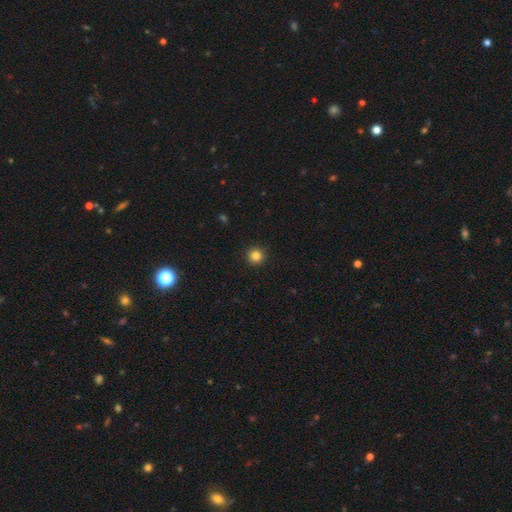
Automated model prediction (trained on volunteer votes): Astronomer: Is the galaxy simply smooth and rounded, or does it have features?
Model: smooth — 84%.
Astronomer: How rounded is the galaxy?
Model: round — 95%.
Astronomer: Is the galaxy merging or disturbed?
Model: none — 93%.